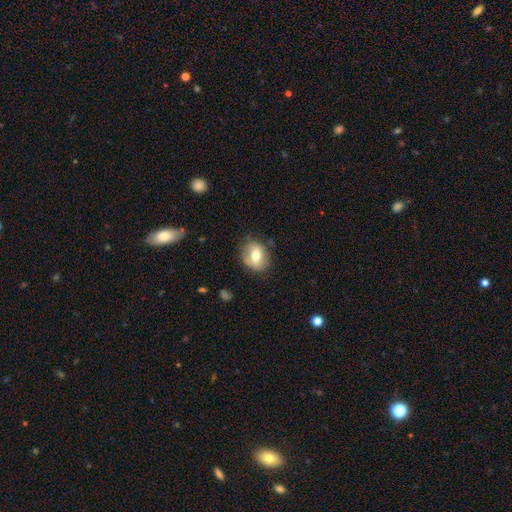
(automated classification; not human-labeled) This appears to be a smooth galaxy with no disk features (61%) that is round (51%). Merging: none (76%).